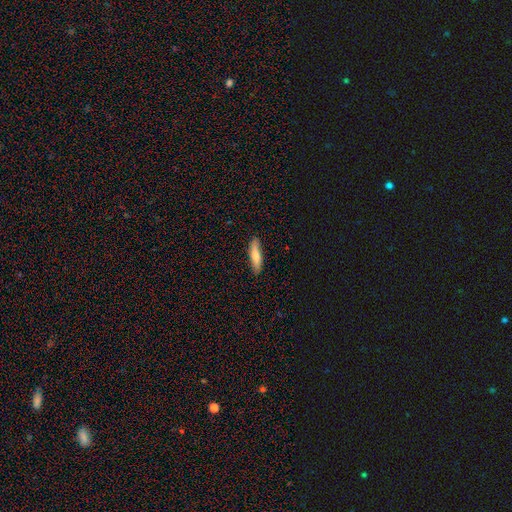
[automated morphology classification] A smooth galaxy with no disk features (73%) that is cigar-shaped (76%).

Vote fractions:
- Smooth or featured? smooth: 73% / featured or disk: 22% / star or artifact: 6%
- How rounded? cigar-shaped: 76% / in between: 23% / round: 2%
- Merging? none: 85% / minor disturbance: 12% / major disturbance: 2% / merger: 1%